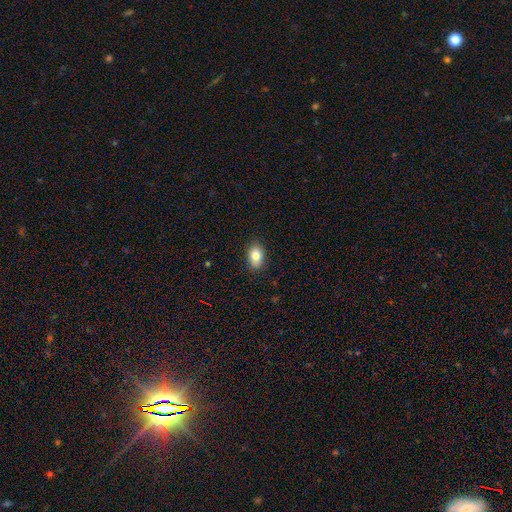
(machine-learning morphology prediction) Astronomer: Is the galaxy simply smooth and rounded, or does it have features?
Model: smooth — 82%.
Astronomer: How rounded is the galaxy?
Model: in between — 85%.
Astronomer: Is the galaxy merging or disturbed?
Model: none — 88%.